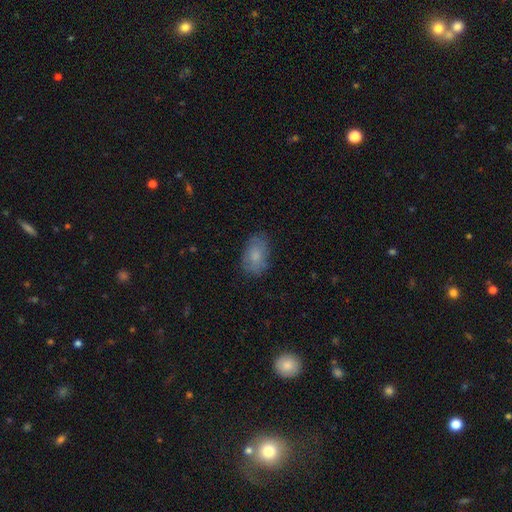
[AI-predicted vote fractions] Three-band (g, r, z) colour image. It shows a smooth galaxy with no disk features (77%) that is in between round and cigar-shaped (88%). Merging: none (78%).